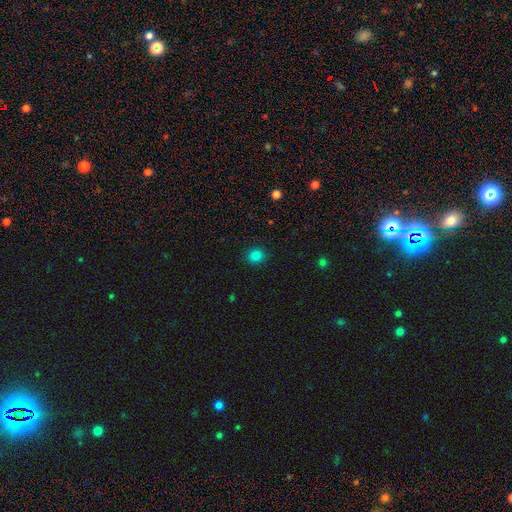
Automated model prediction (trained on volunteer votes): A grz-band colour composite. It shows a smooth galaxy with no disk features (82%) that is round (86%). Merging: none (92%).